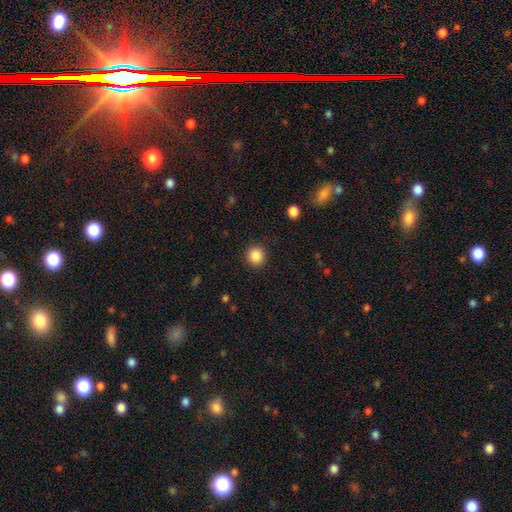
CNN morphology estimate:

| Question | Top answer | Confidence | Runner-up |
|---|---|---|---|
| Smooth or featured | smooth | 87% | star or artifact (10%) |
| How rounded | round | 93% | in between (6%) |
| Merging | none | 91% | minor disturbance (6%) |